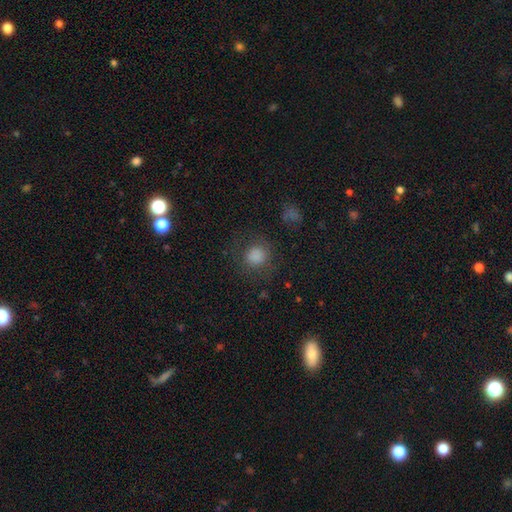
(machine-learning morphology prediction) This appears to be a smooth galaxy with no disk features (74%) that is round (89%). Merging: none (77%).